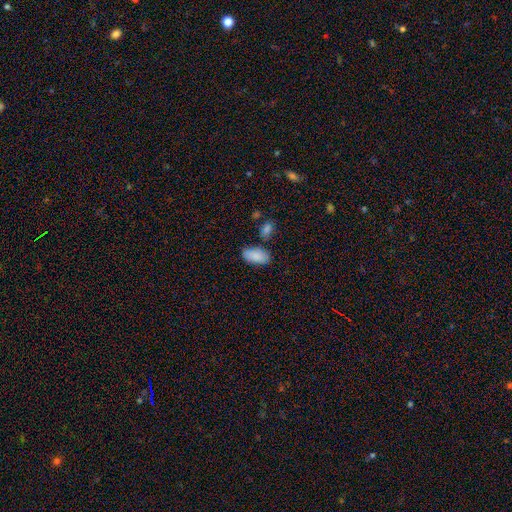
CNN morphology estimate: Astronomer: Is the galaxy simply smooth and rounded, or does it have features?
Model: smooth — 87%.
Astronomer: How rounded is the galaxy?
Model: in between — 93%.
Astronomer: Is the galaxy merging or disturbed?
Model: none — 72%.